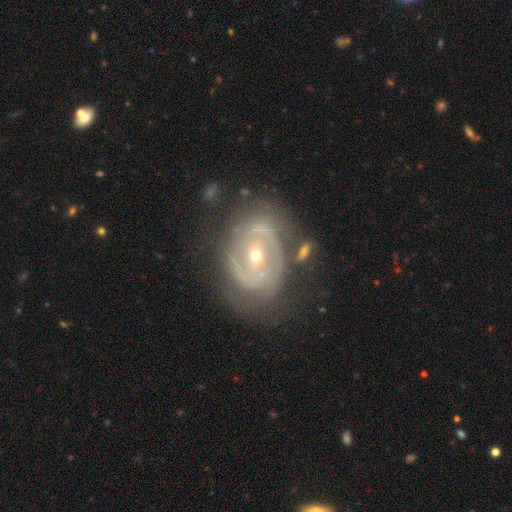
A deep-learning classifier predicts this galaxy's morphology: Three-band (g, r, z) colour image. It shows a featured or disk galaxy (83%) with no bar (52%), 2 (50%) tight (62%) spiral arms (75%) and a small central bulge (60%). Merging: none (63%).